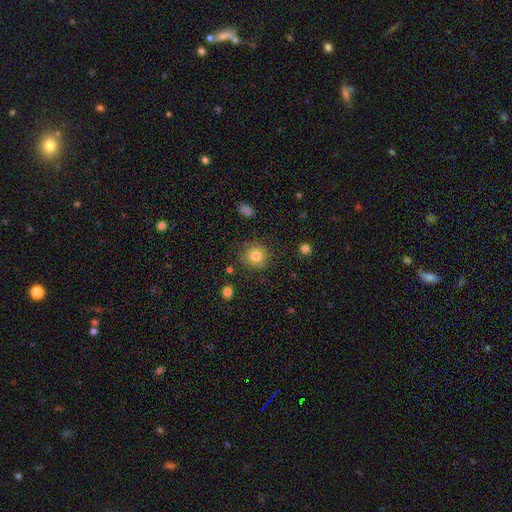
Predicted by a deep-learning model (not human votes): Overall: smooth (80%). How rounded: round (90%). Merging: none (85%).